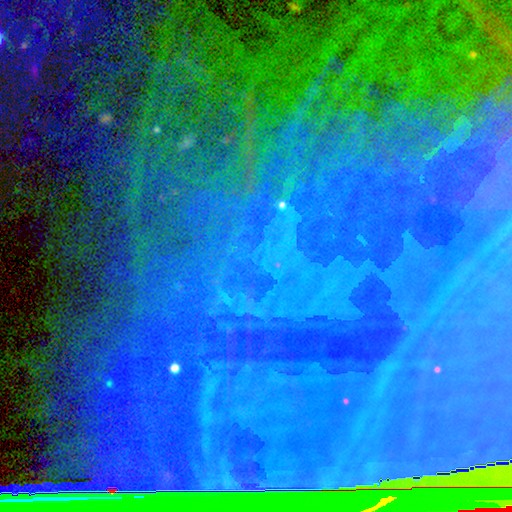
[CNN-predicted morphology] The model was most divided on "smooth or featured": star or artifact: 84%, smooth: 8%, featured or disk: 8%.